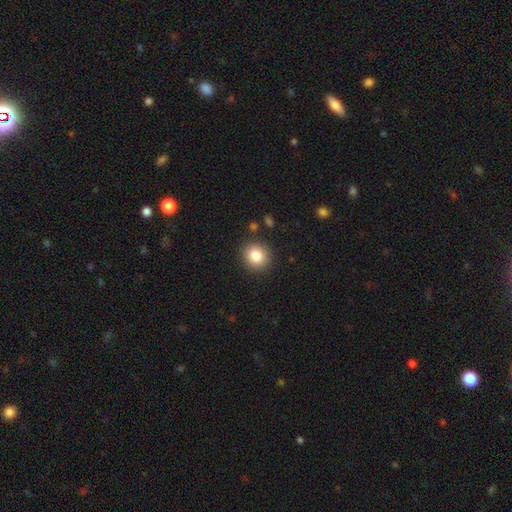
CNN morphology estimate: Q: Smooth or featured?
A: smooth (84%); runner-up: star or artifact (10%)
Q: How rounded?
A: round (86%); runner-up: in between (13%)
Q: Merging?
A: none (89%); runner-up: minor disturbance (7%)